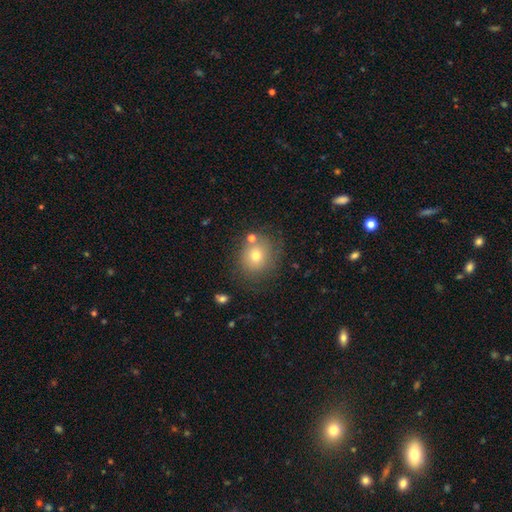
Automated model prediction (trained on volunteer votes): A smooth galaxy with no disk features (70%) that is round (77%). Merging: none (74%).